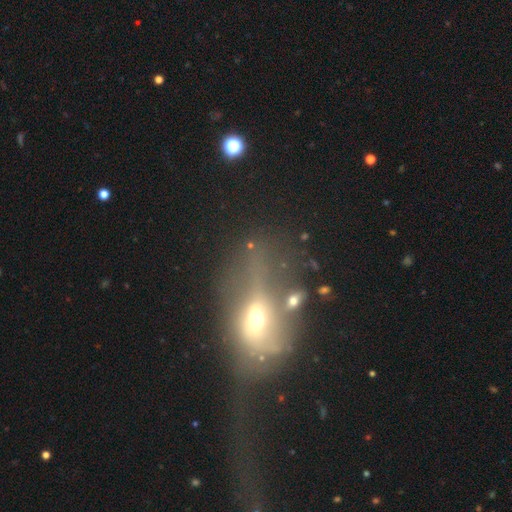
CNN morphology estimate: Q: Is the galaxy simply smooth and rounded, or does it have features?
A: smooth — 40%.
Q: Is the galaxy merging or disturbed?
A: major disturbance — 34%.